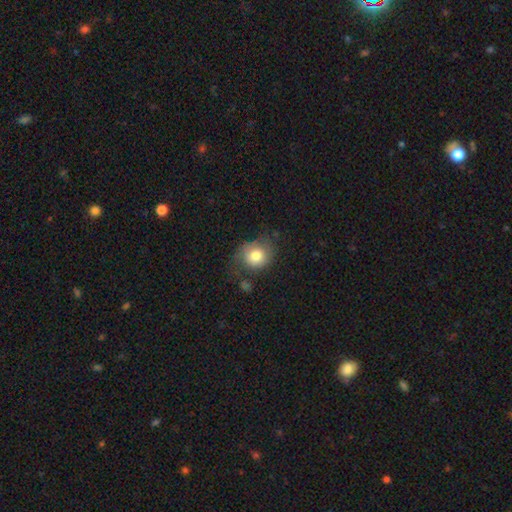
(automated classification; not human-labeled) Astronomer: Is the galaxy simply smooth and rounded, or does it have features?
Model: smooth — 77%.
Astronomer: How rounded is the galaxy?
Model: round — 71%.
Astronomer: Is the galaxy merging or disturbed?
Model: none — 55%.